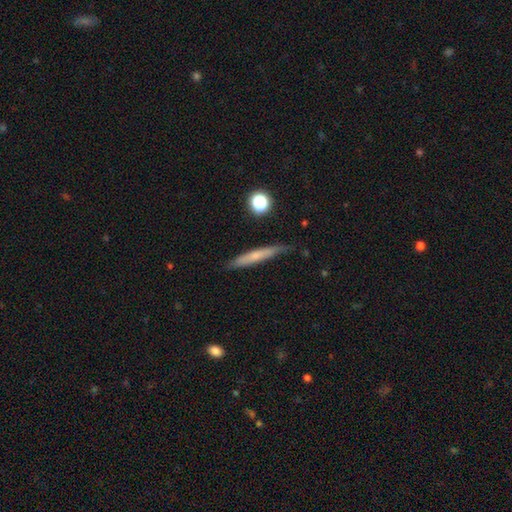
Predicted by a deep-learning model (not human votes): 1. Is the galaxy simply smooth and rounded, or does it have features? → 56% smooth, 36% featured or disk, 8% star or artifact.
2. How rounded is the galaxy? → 93% cigar-shaped, 5% in between, 2% round.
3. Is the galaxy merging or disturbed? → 81% none, 15% minor disturbance, 2% major disturbance, 2% merger.